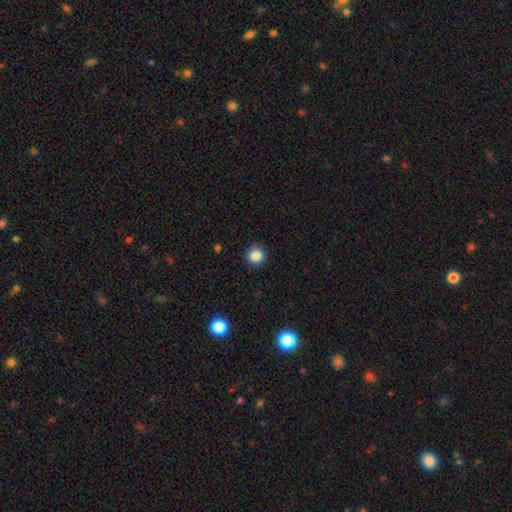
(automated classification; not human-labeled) This is clearly a smooth galaxy (86%). How rounded: clearly round (90%). Merging: clearly none (88%).